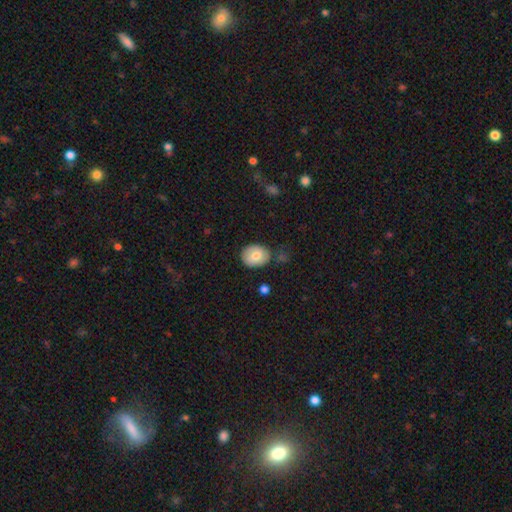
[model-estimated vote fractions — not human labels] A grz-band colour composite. It shows a smooth galaxy with no disk features (74%) that is in between round and cigar-shaped (62%). Merging: none (75%).